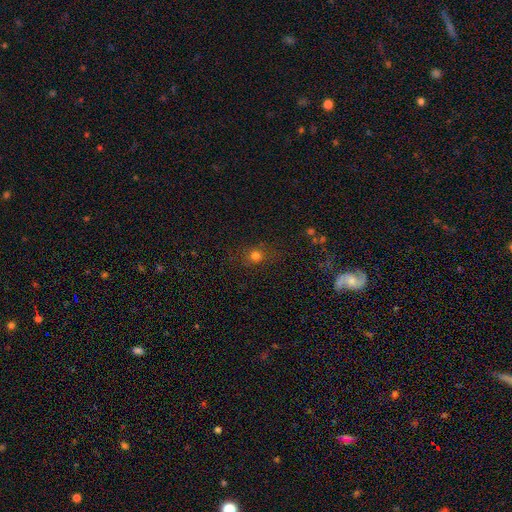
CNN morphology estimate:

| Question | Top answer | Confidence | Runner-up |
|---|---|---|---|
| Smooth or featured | smooth | 71% | star or artifact (20%) |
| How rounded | round | 79% | in between (20%) |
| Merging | none | 79% | minor disturbance (13%) |